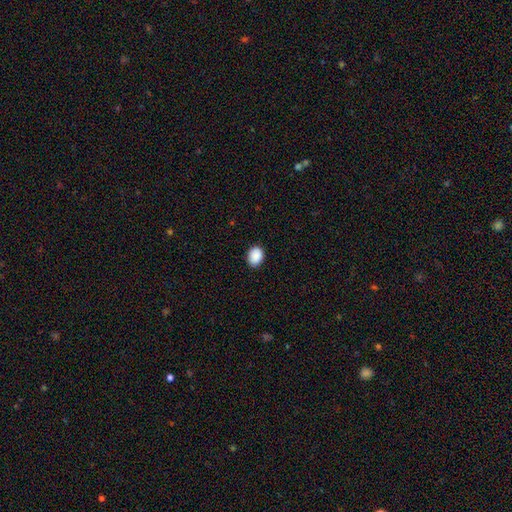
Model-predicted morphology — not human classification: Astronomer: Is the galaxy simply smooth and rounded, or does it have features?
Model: smooth — 90%.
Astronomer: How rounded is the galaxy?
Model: in between — 67%.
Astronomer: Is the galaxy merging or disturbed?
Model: none — 88%.